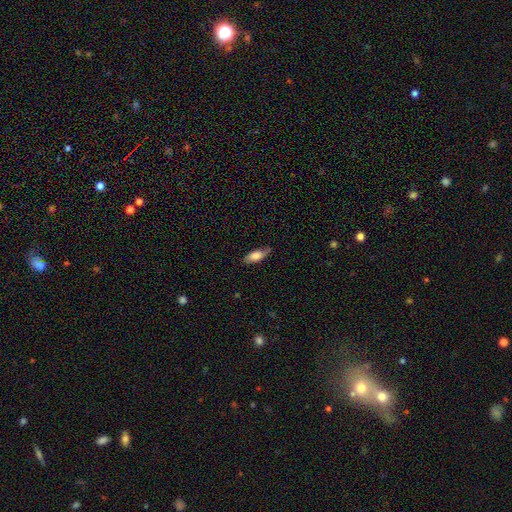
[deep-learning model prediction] Smooth or featured: smooth — 73% (featured or disk — 21%)
How rounded: in between — 72% (cigar-shaped — 26%)
Merging: none — 75% (minor disturbance — 20%)